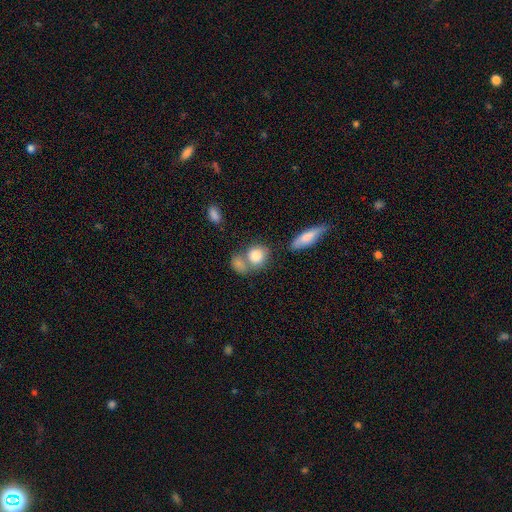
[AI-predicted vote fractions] smooth 82%, featured or disk 10%, star or artifact 8%. Down the decision tree: how rounded — round (59%); merging — none (41%, tied with merger).